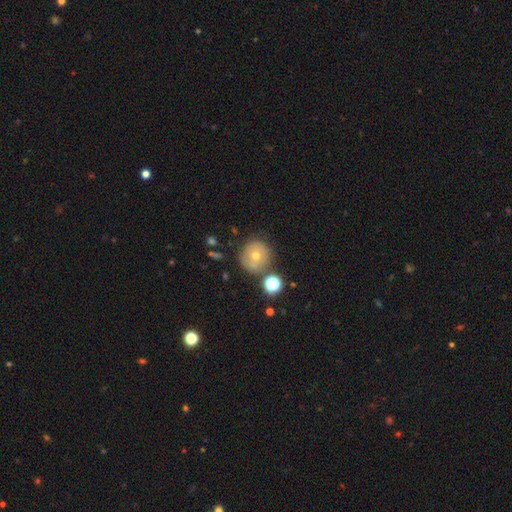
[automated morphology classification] This is possibly a smooth galaxy (48%). Merging: likely none (79%).